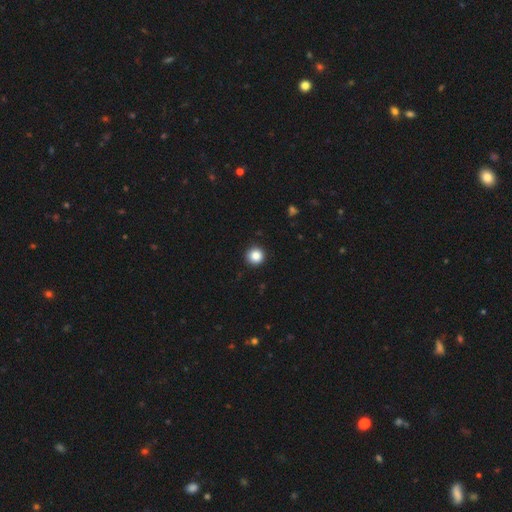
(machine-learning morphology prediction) Smooth or featured: smooth — 86% (star or artifact — 10%)
How rounded: round — 96% (in between — 3%)
Merging: none — 93% (minor disturbance — 5%)